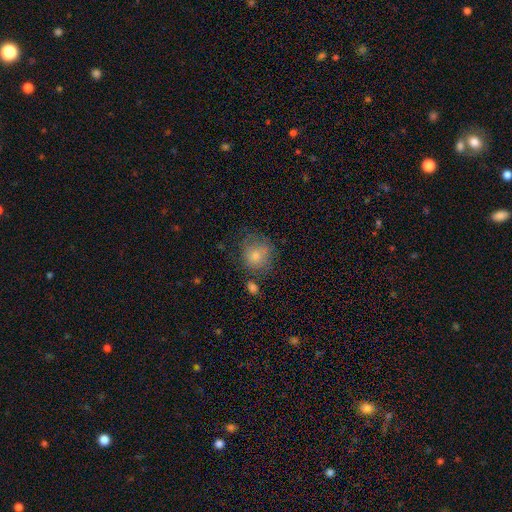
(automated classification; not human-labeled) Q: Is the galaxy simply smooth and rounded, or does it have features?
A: smooth — 72%.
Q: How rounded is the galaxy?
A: round — 75%.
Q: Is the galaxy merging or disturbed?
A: none — 58%.